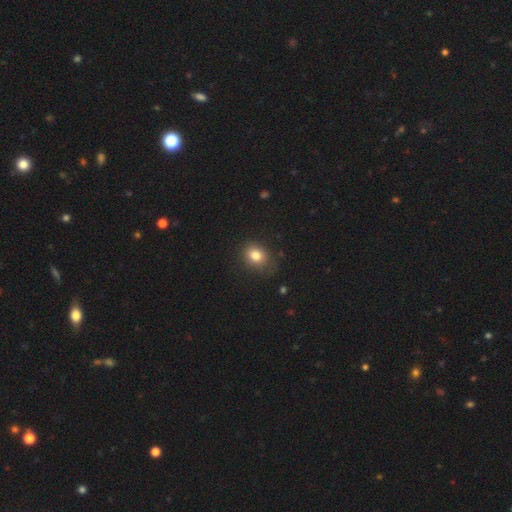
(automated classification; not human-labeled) Smooth or featured: smooth — 81% (star or artifact — 11%)
How rounded: round — 55% (in between — 44%)
Merging: none — 77% (minor disturbance — 17%)